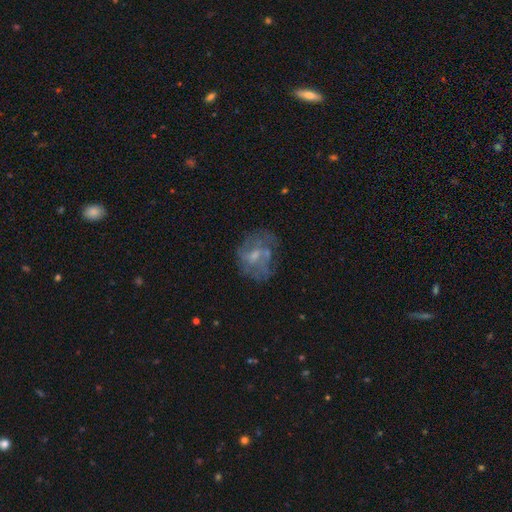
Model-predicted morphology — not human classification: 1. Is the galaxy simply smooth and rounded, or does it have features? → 57% featured or disk, 33% smooth, 10% star or artifact.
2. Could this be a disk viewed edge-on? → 97% no, 3% yes.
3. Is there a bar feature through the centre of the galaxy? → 59% no, 36% weak, 6% strong.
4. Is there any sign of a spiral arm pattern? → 59% no, 41% yes.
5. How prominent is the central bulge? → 44% small, 38% moderate, 15% none, 3% large, 1% dominant.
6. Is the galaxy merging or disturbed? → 50% none, 22% minor disturbance, 22% major disturbance, 6% merger.